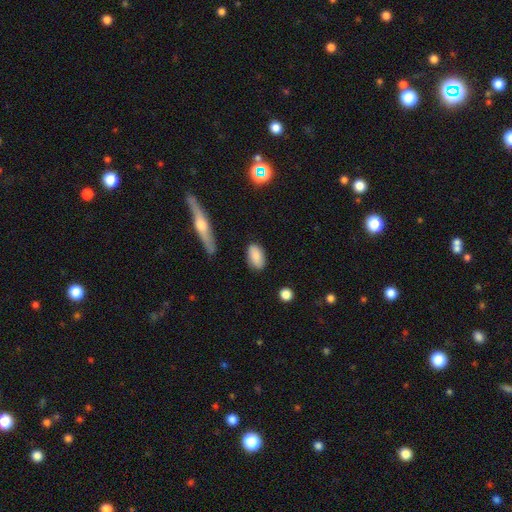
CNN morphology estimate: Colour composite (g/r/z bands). It shows a smooth galaxy with no disk features (85%) that is in between round and cigar-shaped (92%). Merging: none (82%).